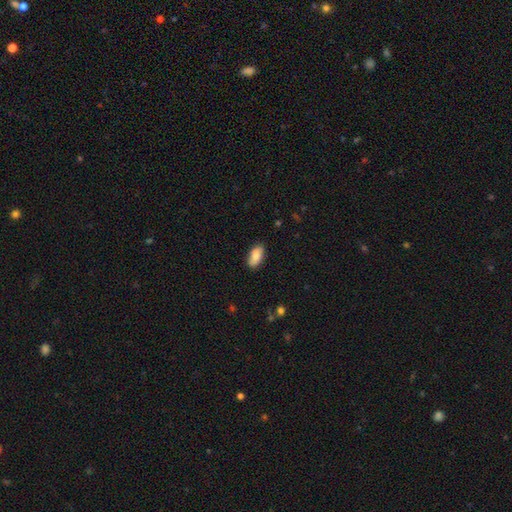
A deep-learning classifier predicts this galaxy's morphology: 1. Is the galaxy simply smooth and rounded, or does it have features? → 81% smooth, 12% featured or disk, 7% star or artifact.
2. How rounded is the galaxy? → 89% in between, 8% cigar-shaped, 3% round.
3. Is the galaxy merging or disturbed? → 83% none, 13% minor disturbance, 2% major disturbance, 1% merger.